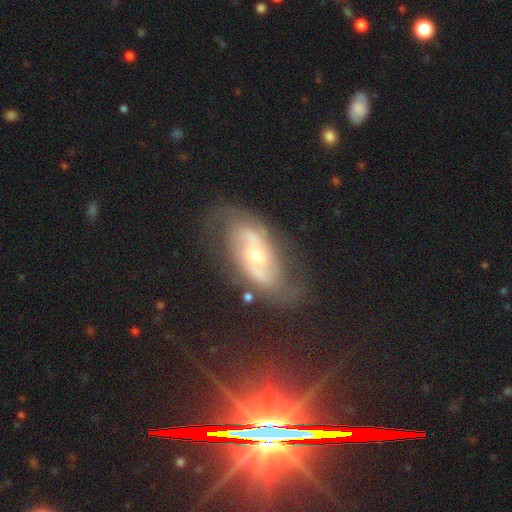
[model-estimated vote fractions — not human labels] smooth-or-featured: featured or disk: 79% | smooth: 13% | star or artifact: 8%
  disk-edge-on: no: 93% | yes: 7%
    bar: no: 47% | weak: 34% | strong: 18%
    has-spiral-arms: yes: 88% | no: 12%
      spiral-winding: medium: 44% | loose: 29% | tight: 28%
      spiral-arm-count: 2: 79% | can't tell: 13% | 3: 3% | 1: 2% | 4: 1% | more than 4: 1%
    bulge-size: moderate: 48% | small: 47% | large: 3% | none: 1% | dominant: 1%
  merging: none: 66% | minor disturbance: 19% | major disturbance: 12% | merger: 3%